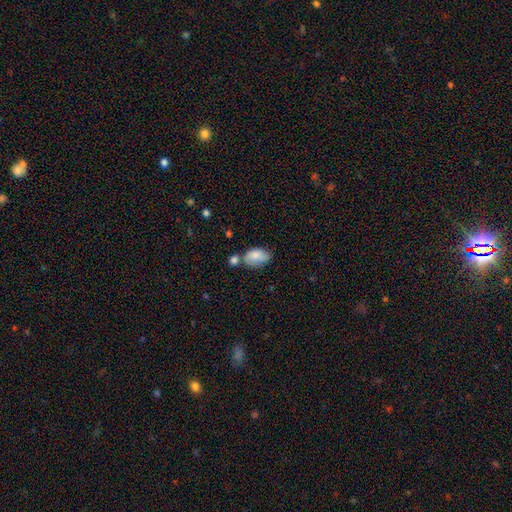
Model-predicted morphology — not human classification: A smooth galaxy with no disk features (78%) that is in between round and cigar-shaped (92%).

Vote fractions:
- Smooth or featured? smooth: 78% / featured or disk: 14% / star or artifact: 7%
- How rounded? in between: 92% / round: 7% / cigar-shaped: 2%
- Merging? none: 42% / minor disturbance: 28% / merger: 21% / major disturbance: 9%